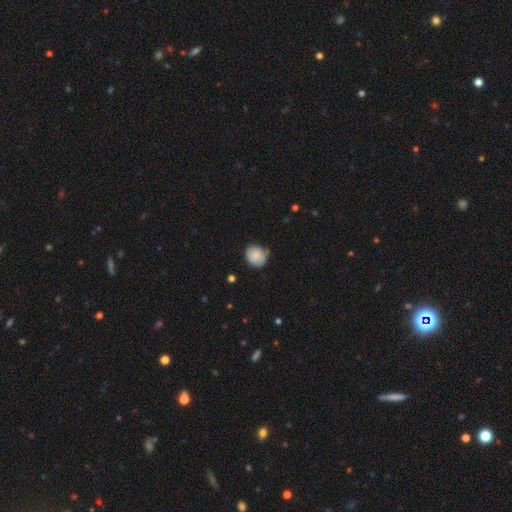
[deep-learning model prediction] smooth_or_featured: smooth (p=0.82) [alt: featured or disk p=0.11]
how_rounded: round (p=0.81) [alt: in between p=0.18]
merging: none (p=0.73) [alt: minor disturbance p=0.22]